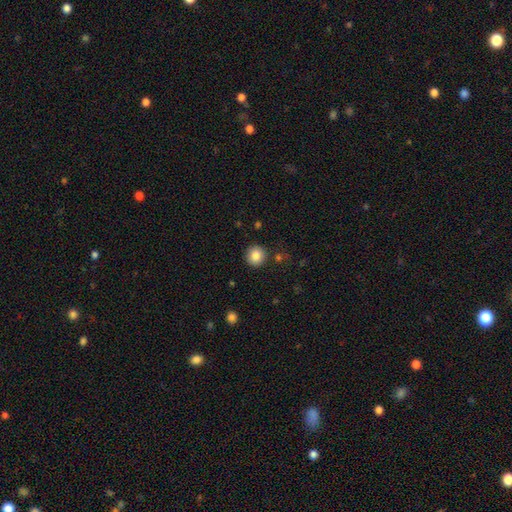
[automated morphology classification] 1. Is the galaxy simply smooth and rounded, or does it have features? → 85% smooth, 9% star or artifact, 6% featured or disk.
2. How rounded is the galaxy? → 91% round, 8% in between, 1% cigar-shaped.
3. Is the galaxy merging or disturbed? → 90% none, 6% minor disturbance, 2% merger, 2% major disturbance.